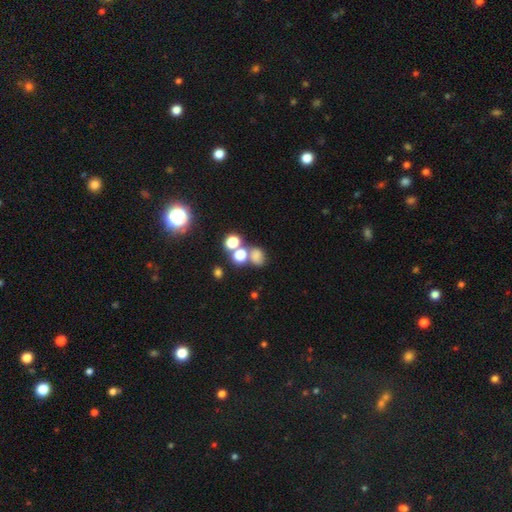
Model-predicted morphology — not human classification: Smooth or featured? smooth (67%)
How rounded? round (55%)
Merging? none (42%)